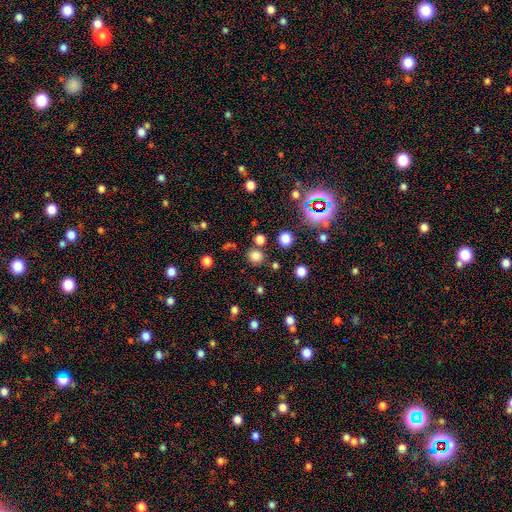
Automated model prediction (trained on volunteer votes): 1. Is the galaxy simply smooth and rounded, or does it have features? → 74% smooth, 20% star or artifact, 6% featured or disk.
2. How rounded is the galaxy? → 89% round, 10% in between, 1% cigar-shaped.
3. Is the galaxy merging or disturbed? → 81% none, 8% minor disturbance, 7% merger, 3% major disturbance.